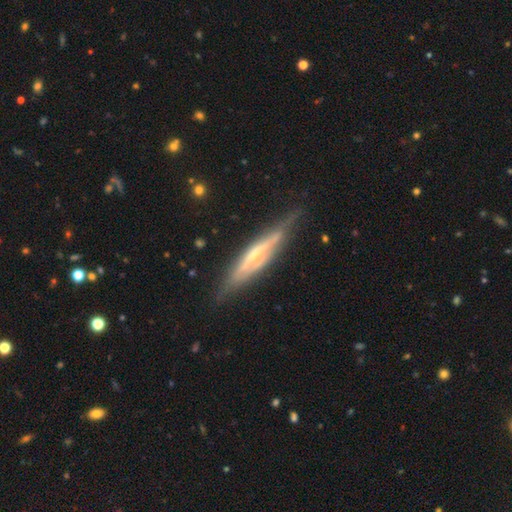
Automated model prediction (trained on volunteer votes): featured or disk 77%, smooth 17%, star or artifact 6%. Down the decision tree: edge-on disk — yes (93%); edge-on bulge — rounded (58%); merging — none (78%).